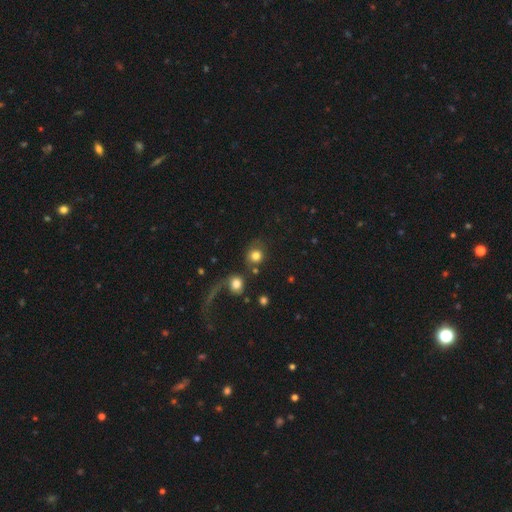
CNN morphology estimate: Smooth or featured? smooth (79%)
How rounded? round (86%)
Merging? none (58%)